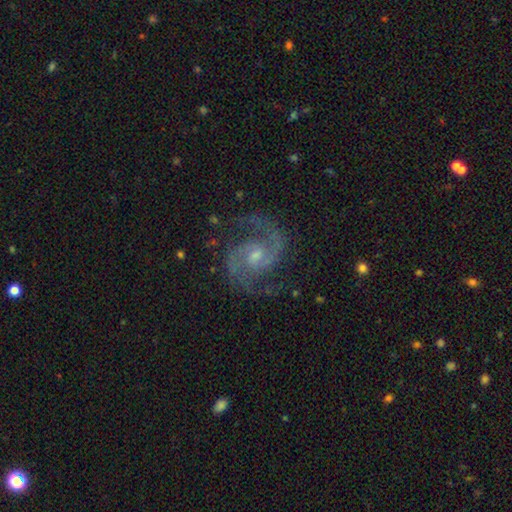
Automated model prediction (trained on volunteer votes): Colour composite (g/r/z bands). It shows a featured or disk galaxy (92%) with no bar (50%), 2 (93%) medium (65%) spiral arms (98%) and a small central bulge (52%). Merging: none (79%).